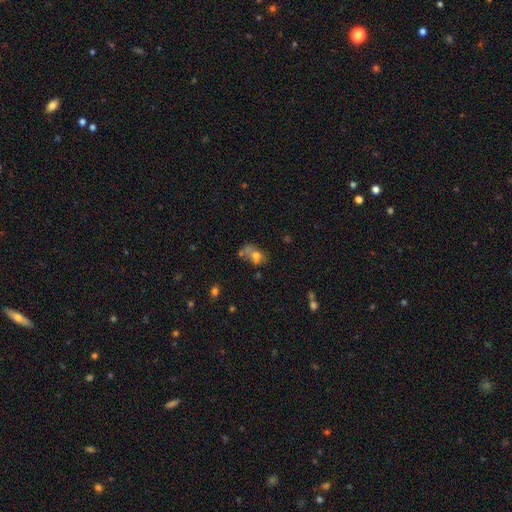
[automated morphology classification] A smooth galaxy with no disk features (62%) that is in between round and cigar-shaped (62%). Merging: merger (37%).